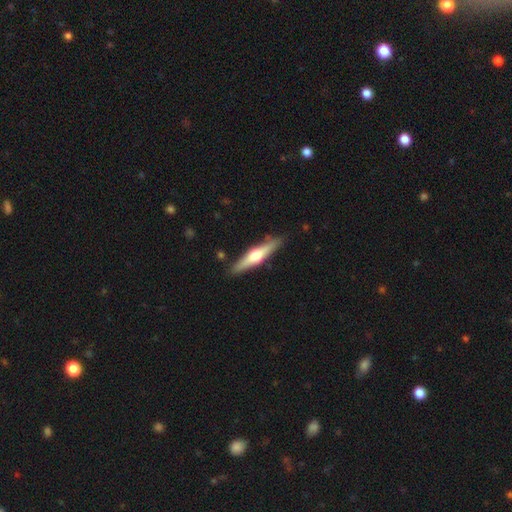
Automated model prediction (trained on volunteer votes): A featured or disk galaxy (62%) viewed edge-on (96%) with a rounded central bulge (94%). Merging: none (88%).